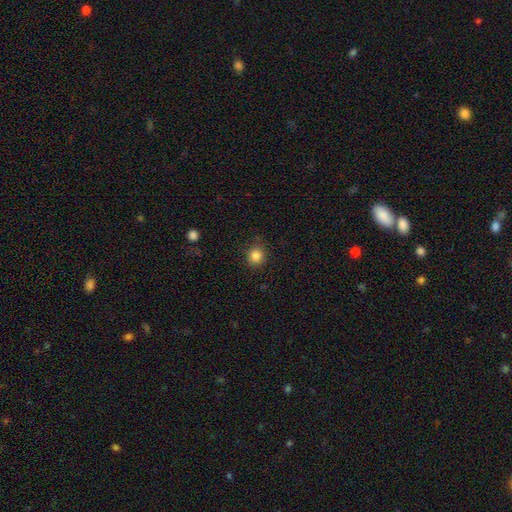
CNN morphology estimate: This appears to be a smooth galaxy with no disk features (85%) that is round (89%). Merging: none (86%).